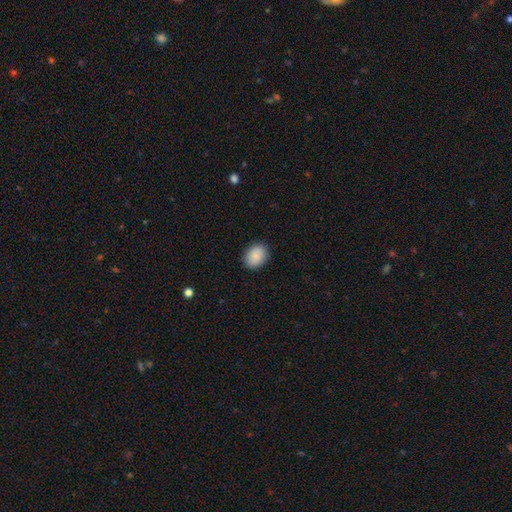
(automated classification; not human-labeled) A smooth galaxy with no disk features (89%) that is in between round and cigar-shaped (60%). Merging: none (88%).